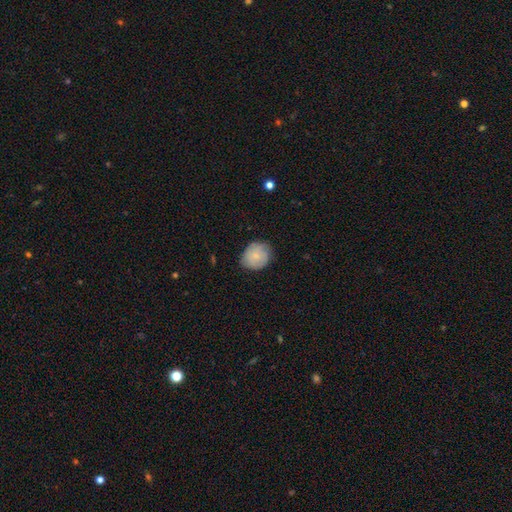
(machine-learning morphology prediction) Overall: smooth (76%). How rounded: round (67%; in between 32%). Merging: none (78%).